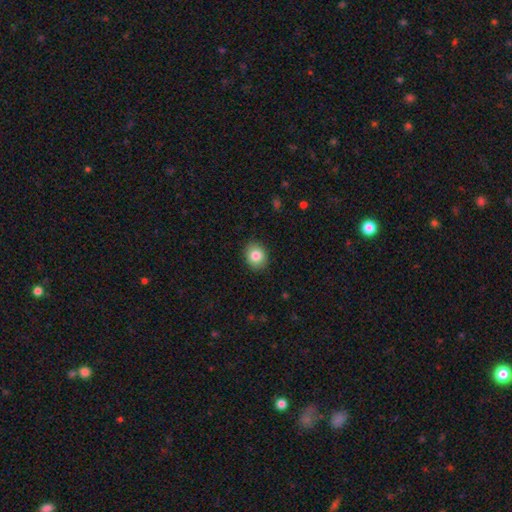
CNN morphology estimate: The model was most divided on "how rounded": round: 59%, in between: 40%, cigar-shaped: 1%. More confident: merging — none (89%); smooth or featured — smooth (83%).